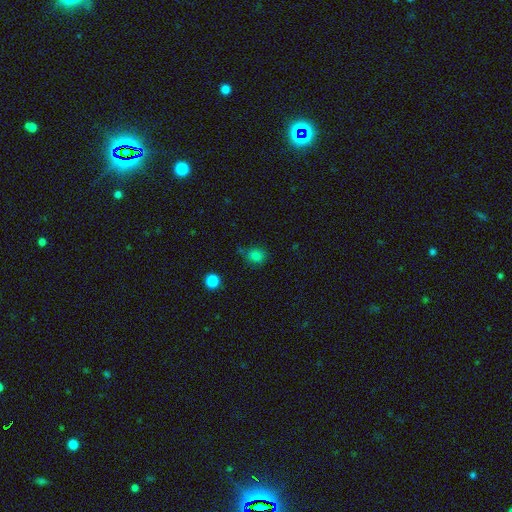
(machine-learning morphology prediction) The model was most divided on "how rounded": round: 73%, in between: 26%, cigar-shaped: 1%. More confident: smooth or featured — smooth (81%); merging — none (73%).